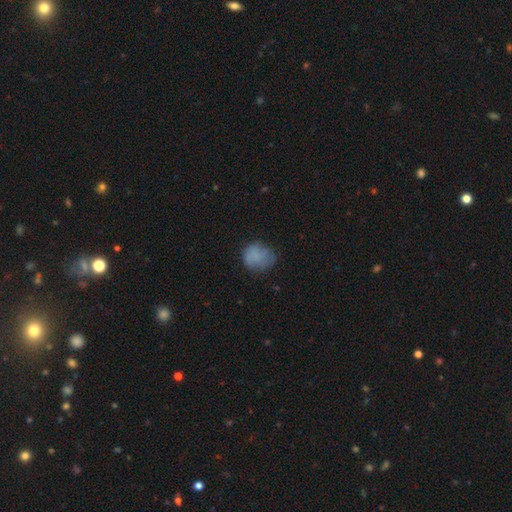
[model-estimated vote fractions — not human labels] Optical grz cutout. It shows a smooth galaxy with no disk features (72%) that is round (63%). Merging: none (54%).